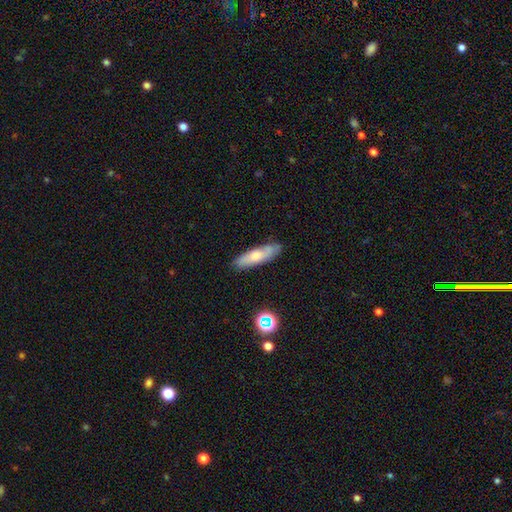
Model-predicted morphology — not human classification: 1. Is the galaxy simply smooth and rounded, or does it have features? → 57% smooth, 35% featured or disk, 8% star or artifact.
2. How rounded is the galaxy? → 64% cigar-shaped, 34% in between, 2% round.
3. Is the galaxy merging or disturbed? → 80% none, 15% minor disturbance, 3% major disturbance, 2% merger.